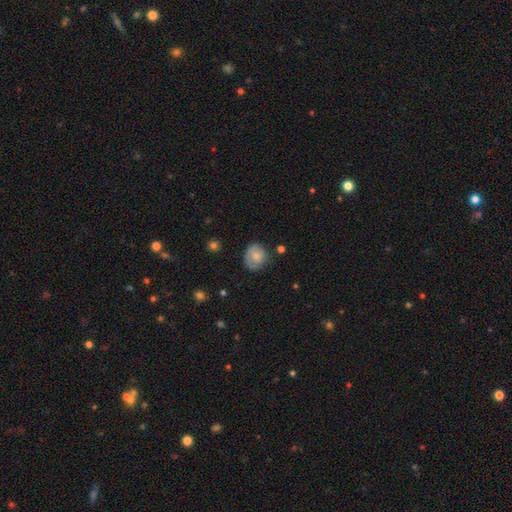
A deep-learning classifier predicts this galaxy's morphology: This appears to be a smooth galaxy with no disk features (67%) that is round (67%). Merging: none (60%).